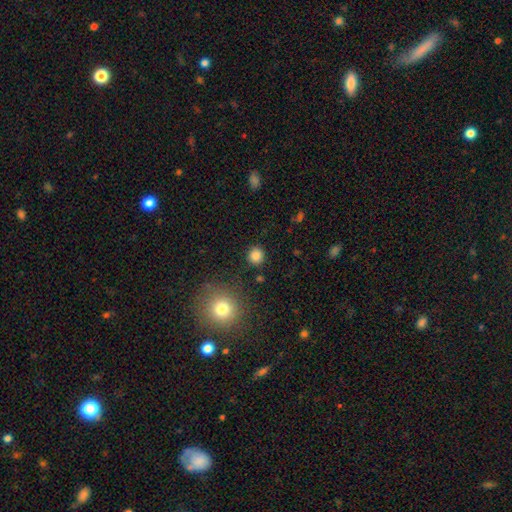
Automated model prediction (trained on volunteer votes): Overall: smooth (84%). How rounded: round (92%). Merging: none (89%).